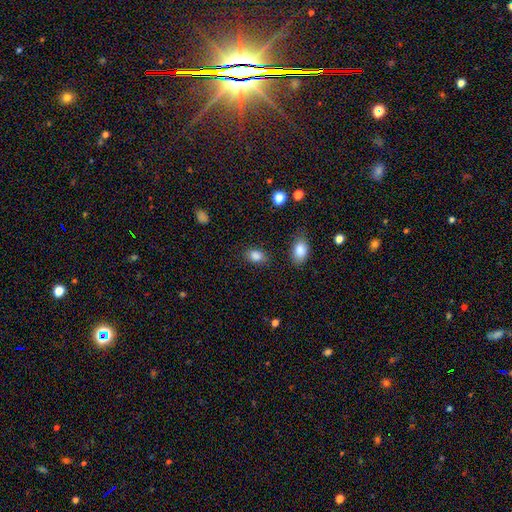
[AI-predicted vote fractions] smooth-or-featured: smooth: 86% | star or artifact: 10% | featured or disk: 4%
  how-rounded: in between: 80% | round: 19% | cigar-shaped: 1%
  merging: none: 76% | minor disturbance: 15% | major disturbance: 4% | merger: 4%